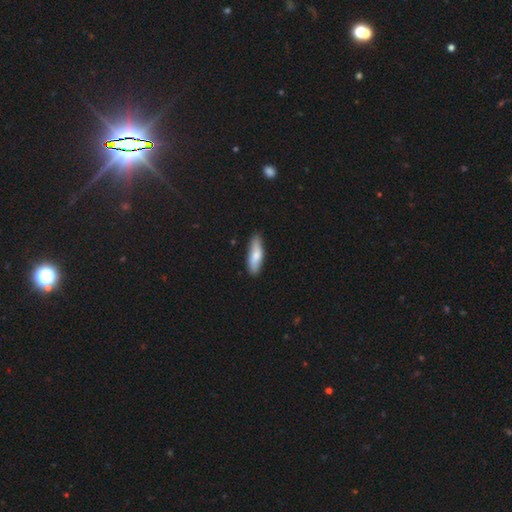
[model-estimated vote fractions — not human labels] smooth_or_featured: smooth (p=0.76) [alt: featured or disk p=0.19]
how_rounded: cigar-shaped (p=0.51) [alt: in between p=0.47]
merging: none (p=0.81) [alt: minor disturbance p=0.15]